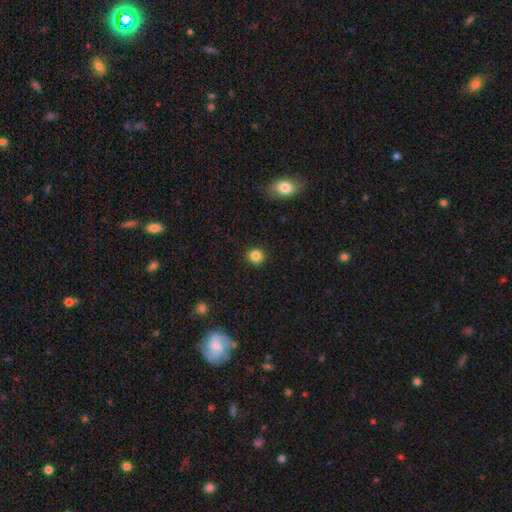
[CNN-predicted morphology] This appears to be a smooth galaxy with no disk features (84%) that is round (89%). Merging: none (91%).